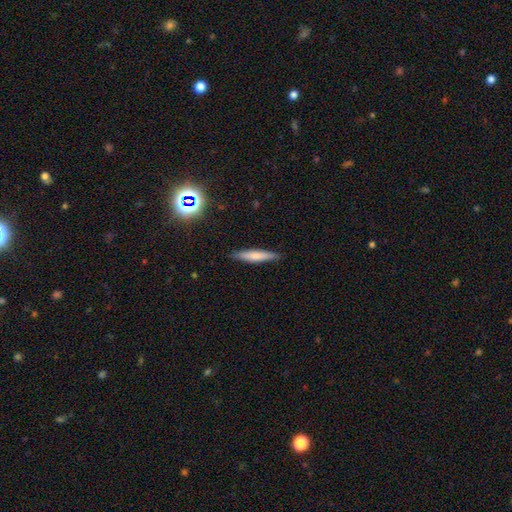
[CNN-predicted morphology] Overall: smooth (69%). How rounded: cigar-shaped (90%). Merging: none (88%).